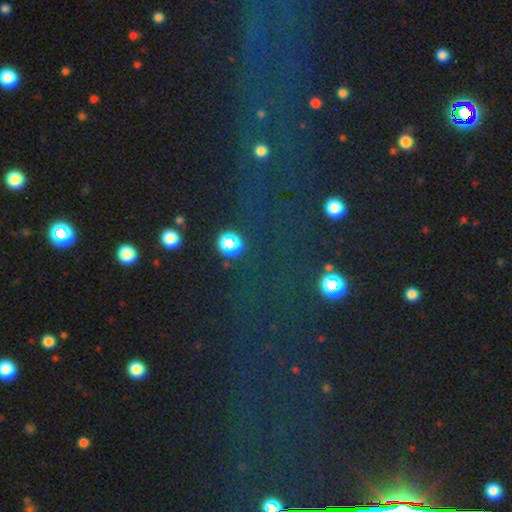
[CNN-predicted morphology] Smooth or featured?
  - star or artifact: 73% *
  - smooth: 16%
  - featured or disk: 11%